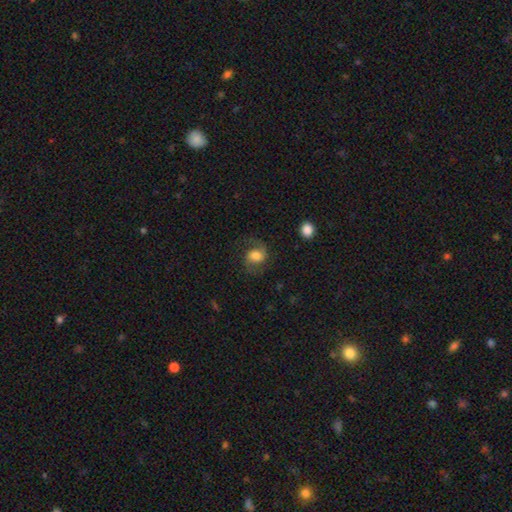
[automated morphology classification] smooth_or_featured: featured or disk (p=0.54) [alt: smooth p=0.36]
disk_edge_on: no (p=0.97) [alt: yes p=0.03]
bar: no (p=0.53) [alt: weak p=0.37]
has_spiral_arms: yes (p=0.92) [alt: no p=0.08]
bulge_size: moderate (p=0.41) [alt: large p=0.40]
merging: none (p=0.67) [alt: minor disturbance p=0.18]